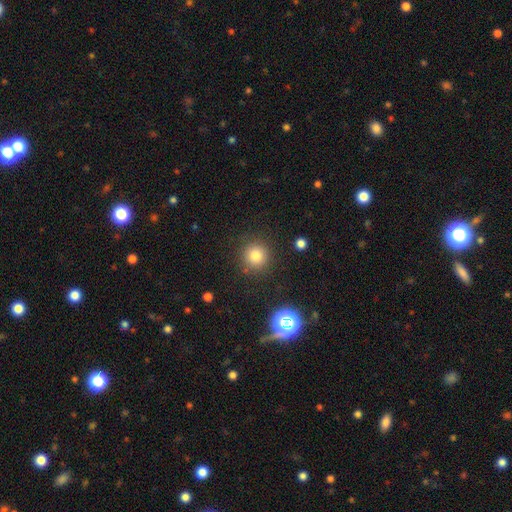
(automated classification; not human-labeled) A smooth galaxy with no disk features (79%) that is round (94%).

Vote fractions:
- Smooth or featured? smooth: 79% / star or artifact: 14% / featured or disk: 7%
- How rounded? round: 94% / in between: 5% / cigar-shaped: 1%
- Merging? none: 88% / minor disturbance: 7% / major disturbance: 3% / merger: 2%